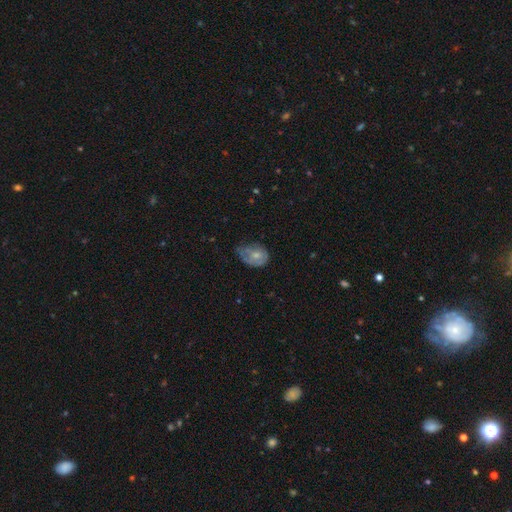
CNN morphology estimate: Smooth or featured?
  - smooth: 57% *
  - featured or disk: 35%
  - star or artifact: 8%
How rounded?
  - in between: 71% *
  - round: 28%
  - cigar-shaped: 1%
Merging?
  - minor disturbance: 41% *
  - major disturbance: 29%
  - none: 28%
  - merger: 3%